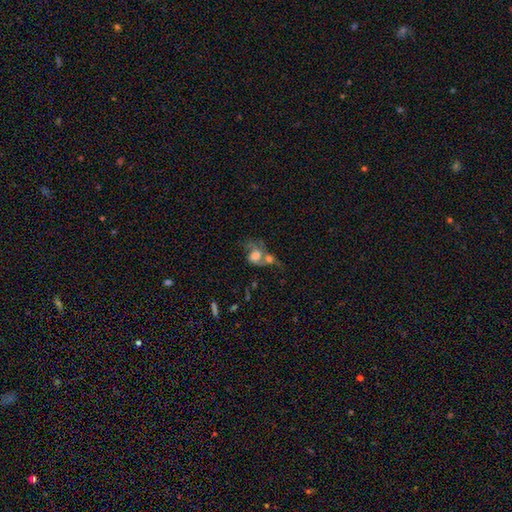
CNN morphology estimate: Q: Smooth or featured?
A: smooth (48%); runner-up: featured or disk (41%)
Q: Merging?
A: merger (61%); runner-up: major disturbance (17%)